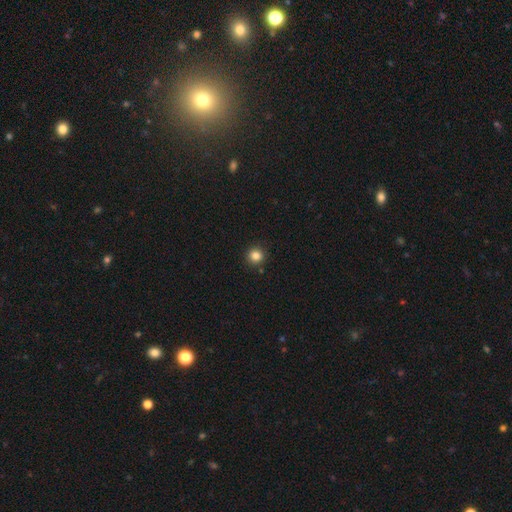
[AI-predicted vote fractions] smooth 84%, star or artifact 12%, featured or disk 4%. Down the decision tree: how rounded — round (93%); merging — none (91%).